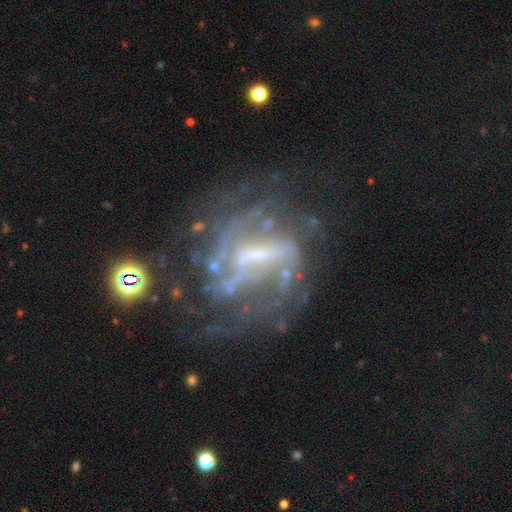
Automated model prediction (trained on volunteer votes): This is clearly a featured or disk galaxy (83%). It is clearly not viewed edge-on (96%). Bar: possibly strong (48%). Spiral arm pattern: likely yes (80%). Spiral arm count: marginally can't tell (42%). Spiral winding: marginally medium (41%). Central bulge: marginally small (39%). Merging: possibly none (51%).